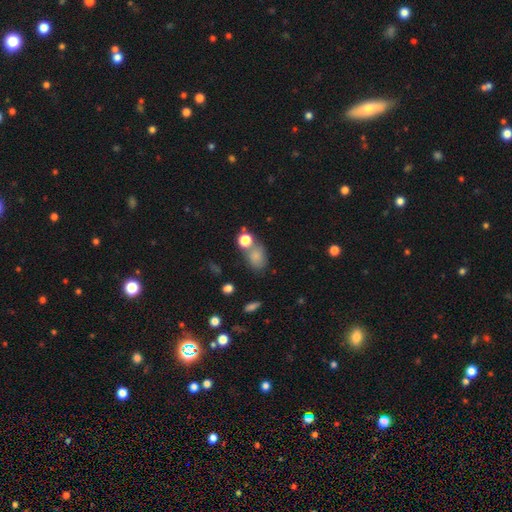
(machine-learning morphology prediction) smooth_or_featured: smooth (p=0.79) [alt: star or artifact p=0.13]
how_rounded: in between (p=0.66) [alt: round p=0.32]
merging: none (p=0.53) [alt: merger p=0.23]